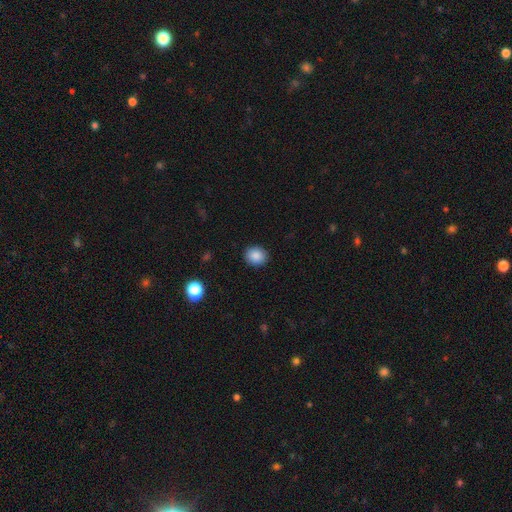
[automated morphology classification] Overall: smooth (87%). How rounded: round (69%; in between 31%). Merging: none (90%).